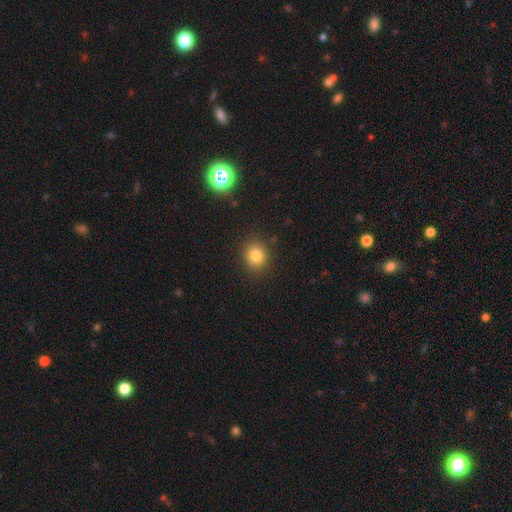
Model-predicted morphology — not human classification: Overall: smooth (81%). How rounded: round (79%). Merging: none (88%).